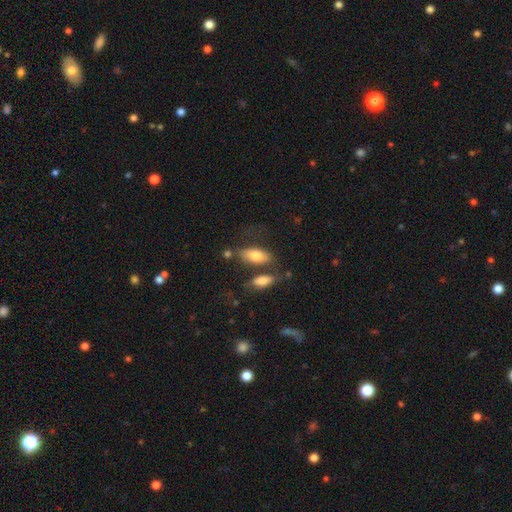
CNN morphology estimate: smooth_or_featured: smooth (p=0.75) [alt: featured or disk p=0.18]
how_rounded: in between (p=0.82) [alt: cigar-shaped p=0.15]
merging: none (p=0.53) [alt: merger p=0.21]